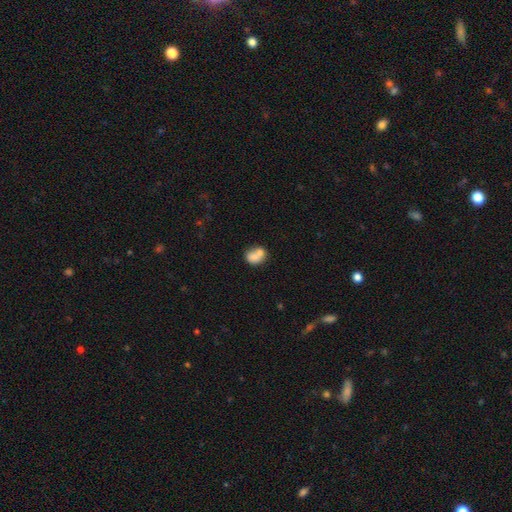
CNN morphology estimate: Smooth or featured? Predicted: smooth (p=0.74). How rounded? Predicted: round (p=0.55). Merging? Predicted: merger (p=0.54).